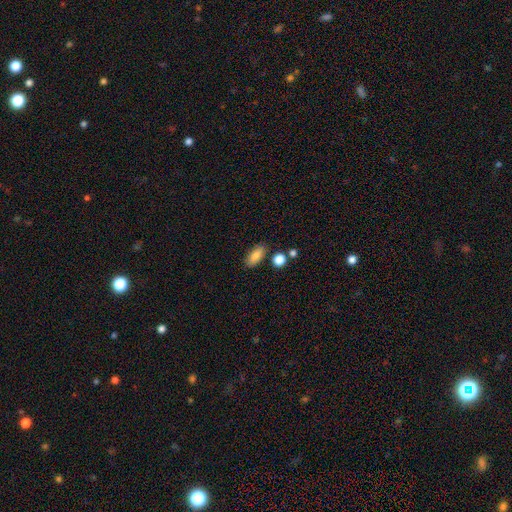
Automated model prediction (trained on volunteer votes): This appears to be a smooth galaxy with no disk features (83%) that is in between round and cigar-shaped (80%). Merging: none (82%).